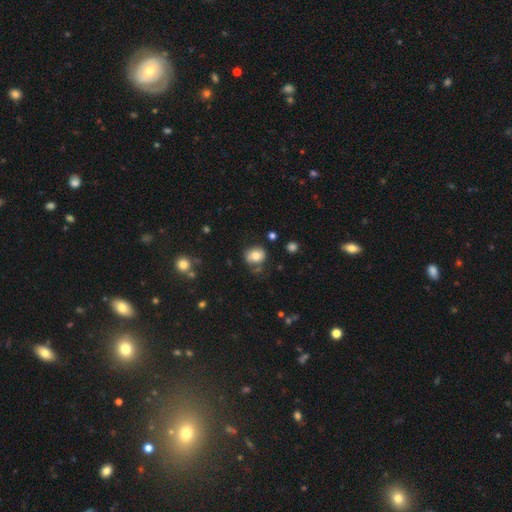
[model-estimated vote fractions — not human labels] Overall: smooth (75%). How rounded: round (62%; in between 37%). Merging: none (69%).